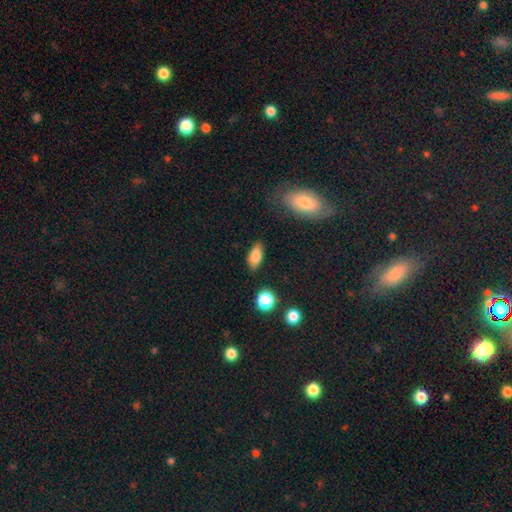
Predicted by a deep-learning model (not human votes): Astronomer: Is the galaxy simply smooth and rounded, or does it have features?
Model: smooth — 82%.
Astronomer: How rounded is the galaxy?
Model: in between — 86%.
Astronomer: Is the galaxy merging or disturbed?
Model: none — 82%.